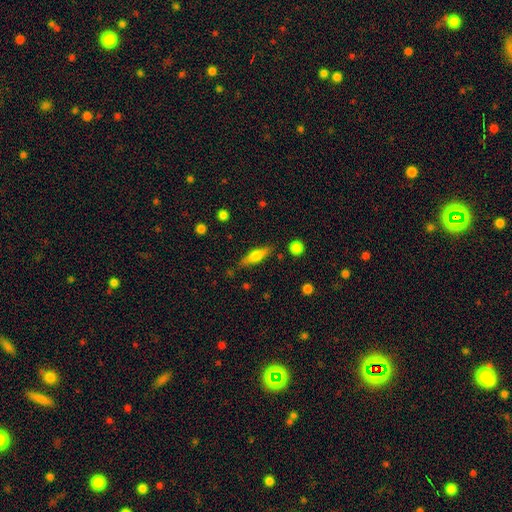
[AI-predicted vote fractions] Smooth or featured: smooth — 54% (featured or disk — 39%)
How rounded: cigar-shaped — 62% (in between — 35%)
Merging: none — 81% (minor disturbance — 12%)